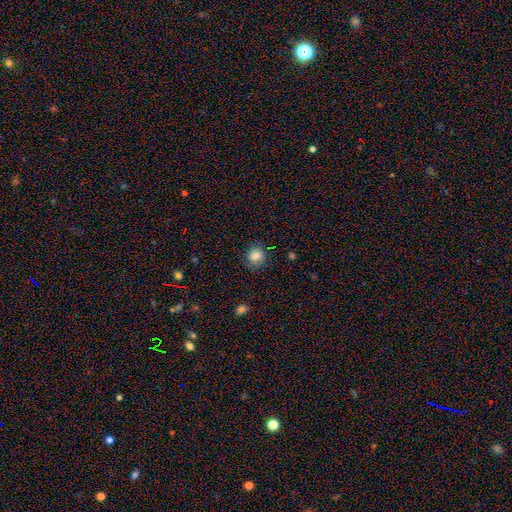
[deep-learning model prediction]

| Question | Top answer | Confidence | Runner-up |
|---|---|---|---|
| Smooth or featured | smooth | 83% | star or artifact (10%) |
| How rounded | round | 77% | in between (22%) |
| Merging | none | 81% | minor disturbance (14%) |